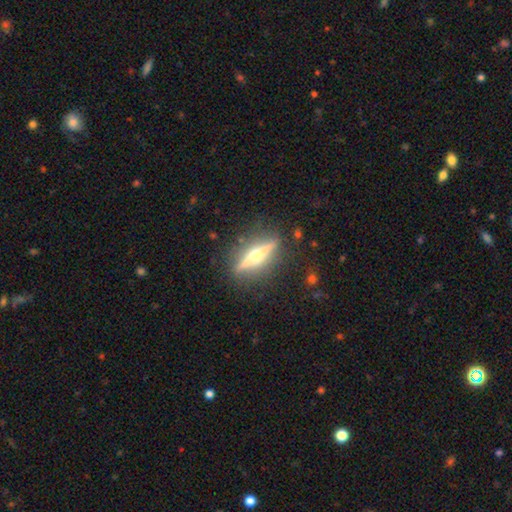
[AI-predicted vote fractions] smooth-or-featured: featured or disk: 80% | smooth: 15% | star or artifact: 6%
  disk-edge-on: yes: 96% | no: 4%
    edge-on-bulge: rounded: 95% | none: 2% | boxy: 2%
  merging: none: 88% | minor disturbance: 8% | major disturbance: 3% | merger: 2%